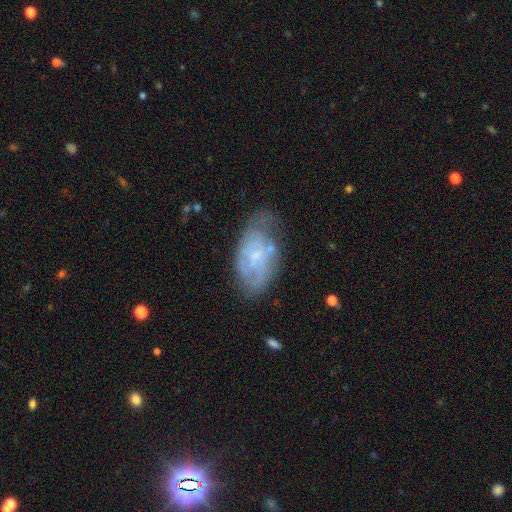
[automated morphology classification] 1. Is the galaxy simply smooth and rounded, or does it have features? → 62% featured or disk, 30% smooth, 8% star or artifact.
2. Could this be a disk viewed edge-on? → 94% no, 6% yes.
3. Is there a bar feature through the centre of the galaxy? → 64% no, 31% weak, 5% strong.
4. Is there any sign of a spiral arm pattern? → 66% yes, 34% no.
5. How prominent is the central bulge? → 67% small, 18% moderate, 13% none, 1% large, 1% dominant.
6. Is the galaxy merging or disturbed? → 53% none, 29% minor disturbance, 13% major disturbance, 5% merger.